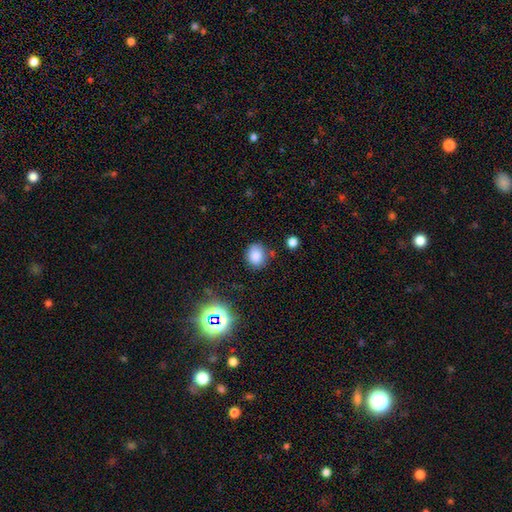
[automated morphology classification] Smooth or featured: smooth — 80% (star or artifact — 14%)
How rounded: round — 63% (in between — 36%)
Merging: none — 74% (minor disturbance — 17%)